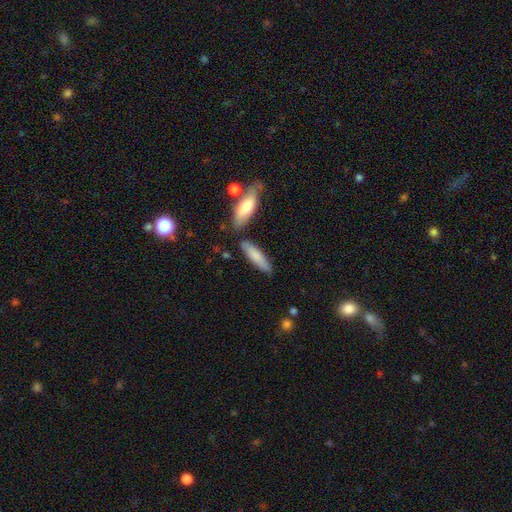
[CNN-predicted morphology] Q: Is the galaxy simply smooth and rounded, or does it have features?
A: smooth — 79%.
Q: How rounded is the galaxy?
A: cigar-shaped — 69%.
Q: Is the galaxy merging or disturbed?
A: none — 75%.